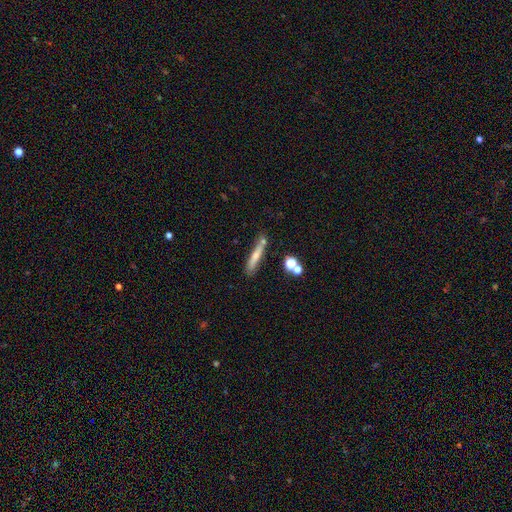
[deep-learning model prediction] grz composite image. It shows a smooth galaxy with no disk features (60%) that is cigar-shaped (89%). Merging: none (68%).